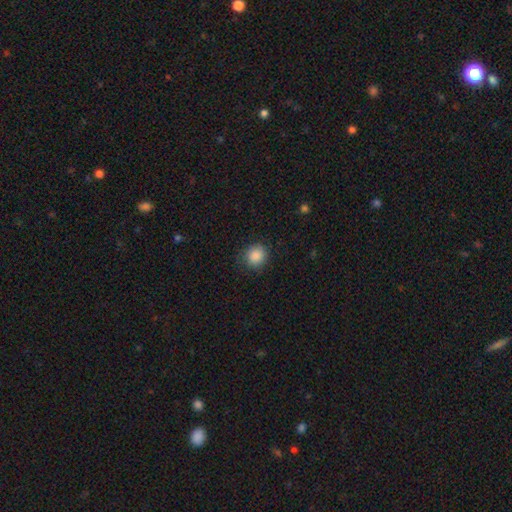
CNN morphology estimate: This is clearly a smooth galaxy (87%). How rounded: clearly round (85%). Merging: clearly none (84%).